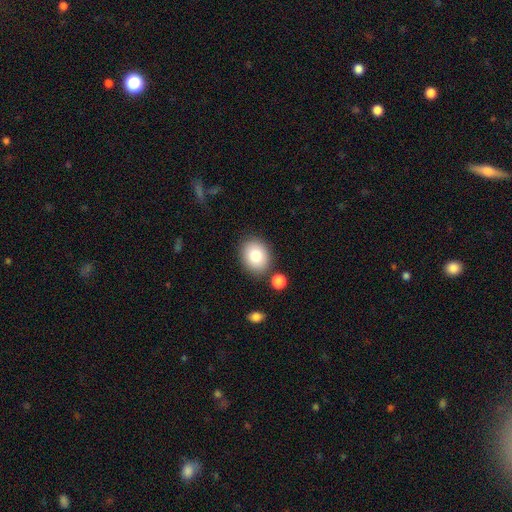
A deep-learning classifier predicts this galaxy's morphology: Smooth or featured? Predicted: smooth (p=0.82). How rounded? Predicted: round (p=0.54). Merging? Predicted: none (p=0.83).